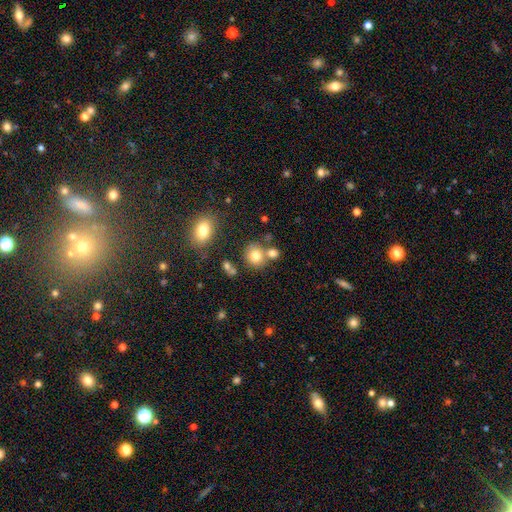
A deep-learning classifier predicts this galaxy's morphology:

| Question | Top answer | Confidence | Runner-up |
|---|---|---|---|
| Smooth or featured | smooth | 77% | star or artifact (12%) |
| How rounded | round | 78% | in between (21%) |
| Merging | none | 62% | merger (23%) |